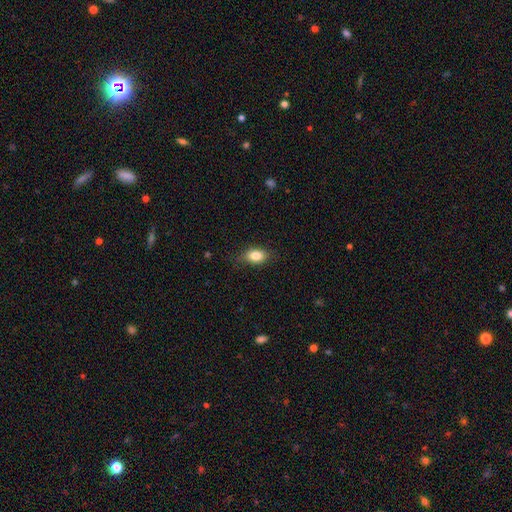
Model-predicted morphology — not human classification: Smooth or featured? Predicted: smooth (p=0.82). How rounded? Predicted: in between (p=0.82). Merging? Predicted: none (p=0.77).